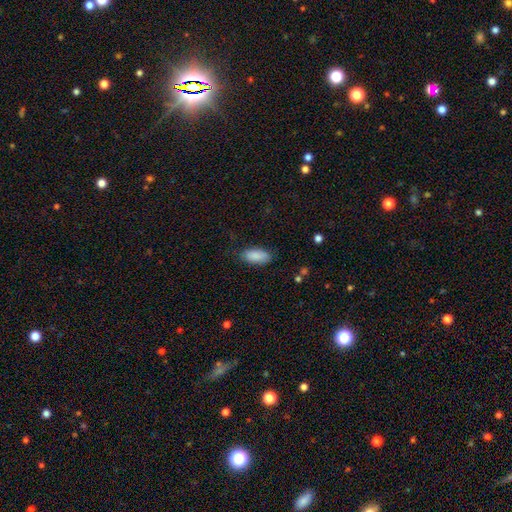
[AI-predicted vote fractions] smooth 89%, star or artifact 6%, featured or disk 5%. Down the decision tree: how rounded — in between (90%); merging — none (81%).